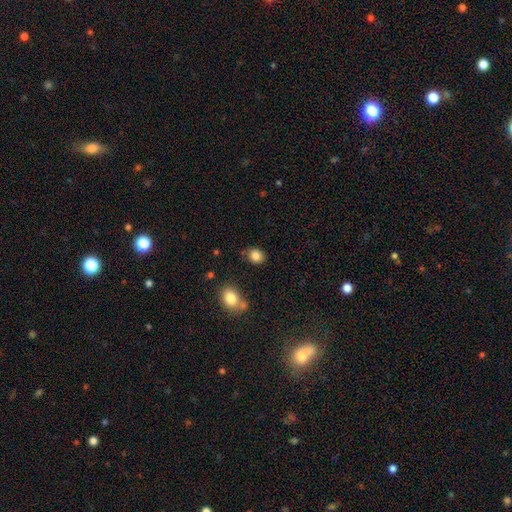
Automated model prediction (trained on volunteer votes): smooth-or-featured: smooth: 85% | star or artifact: 10% | featured or disk: 5%
  how-rounded: round: 59% | in between: 40% | cigar-shaped: 1%
  merging: none: 80% | minor disturbance: 13% | merger: 4% | major disturbance: 3%